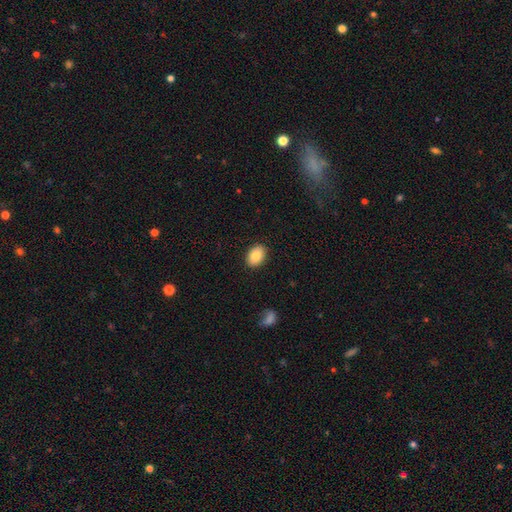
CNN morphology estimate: A smooth galaxy with no disk features (87%) that is in between round and cigar-shaped (83%).

Vote fractions:
- Smooth or featured? smooth: 87% / star or artifact: 7% / featured or disk: 6%
- How rounded? in between: 83% / round: 16% / cigar-shaped: 1%
- Merging? none: 90% / minor disturbance: 7% / major disturbance: 2% / merger: 1%